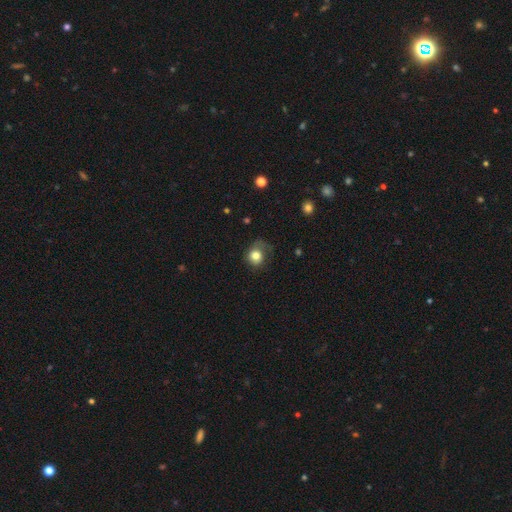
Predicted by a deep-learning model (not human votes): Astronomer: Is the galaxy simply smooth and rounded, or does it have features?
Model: smooth — 78%.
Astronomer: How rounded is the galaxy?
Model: round — 75%.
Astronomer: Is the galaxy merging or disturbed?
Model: none — 49% (runner-up: minor disturbance, 28%).